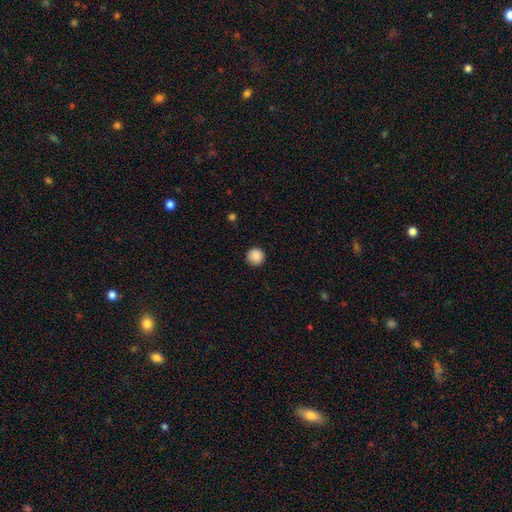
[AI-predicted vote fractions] A smooth galaxy with no disk features (88%) that is round (95%).

Vote fractions:
- Smooth or featured? smooth: 88% / star or artifact: 9% / featured or disk: 3%
- How rounded? round: 95% / in between: 4% / cigar-shaped: 1%
- Merging? none: 91% / minor disturbance: 6% / major disturbance: 2% / merger: 1%